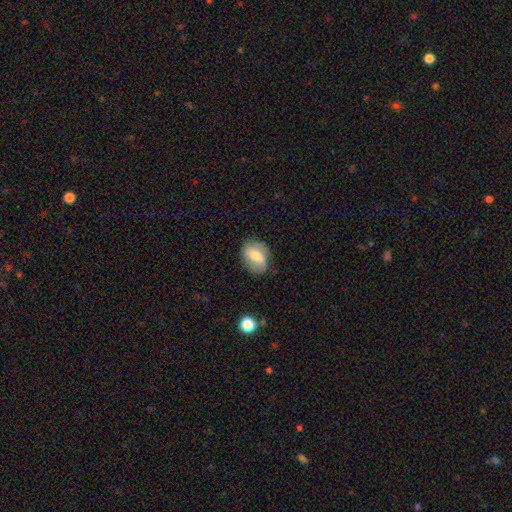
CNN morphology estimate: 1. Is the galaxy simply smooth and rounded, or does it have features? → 56% smooth, 36% featured or disk, 8% star or artifact.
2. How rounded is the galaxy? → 65% in between, 33% round, 2% cigar-shaped.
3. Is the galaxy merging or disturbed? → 73% none, 20% minor disturbance, 6% major disturbance, 1% merger.